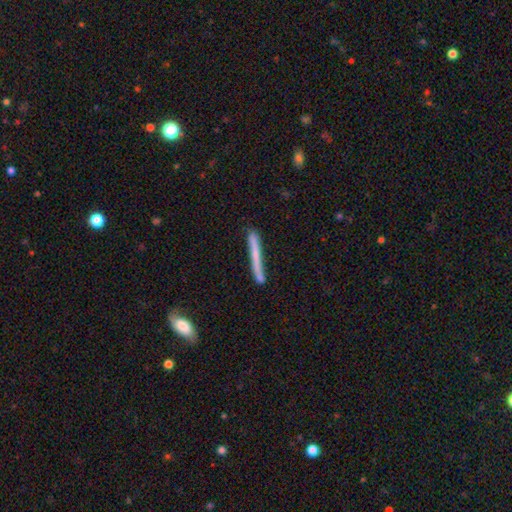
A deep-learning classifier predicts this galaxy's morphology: This appears to be a smooth galaxy with no disk features (57%) that is cigar-shaped (96%). Merging: none (79%).